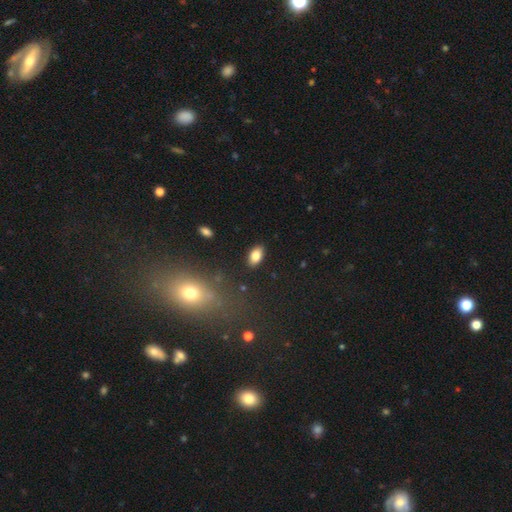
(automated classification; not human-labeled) A smooth galaxy with no disk features (83%) that is in between round and cigar-shaped (92%).

Vote fractions:
- Smooth or featured? smooth: 83% / featured or disk: 9% / star or artifact: 9%
- How rounded? in between: 92% / round: 6% / cigar-shaped: 3%
- Merging? none: 88% / minor disturbance: 8% / major disturbance: 2% / merger: 1%